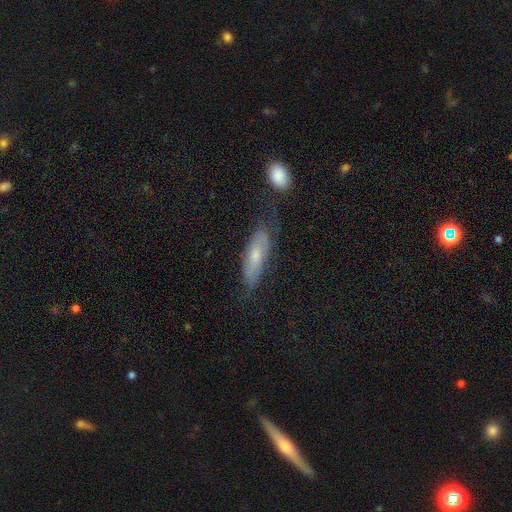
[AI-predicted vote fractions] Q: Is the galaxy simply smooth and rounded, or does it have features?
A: smooth — 54%.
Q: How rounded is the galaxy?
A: cigar-shaped — 51%.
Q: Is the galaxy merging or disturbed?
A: none — 59%.